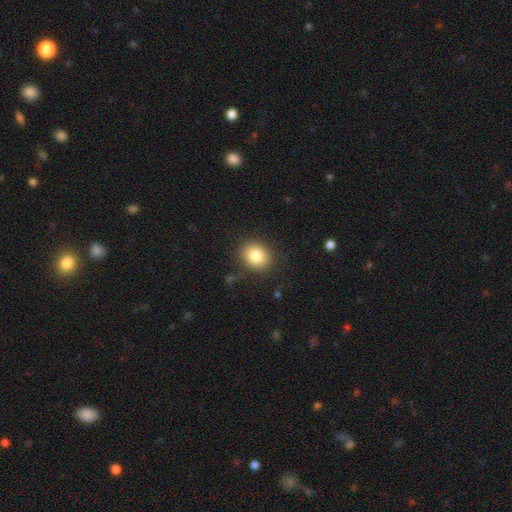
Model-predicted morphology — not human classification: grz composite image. It shows a smooth galaxy with no disk features (83%) that is round (62%). Merging: none (86%).